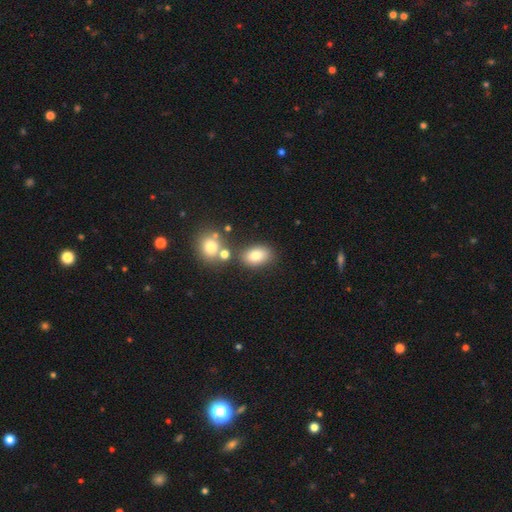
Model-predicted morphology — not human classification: A smooth galaxy with no disk features (80%) that is in between round and cigar-shaped (79%).

Vote fractions:
- Smooth or featured? smooth: 80% / star or artifact: 11% / featured or disk: 10%
- How rounded? in between: 79% / round: 19% / cigar-shaped: 2%
- Merging? none: 72% / merger: 13% / minor disturbance: 12% / major disturbance: 4%